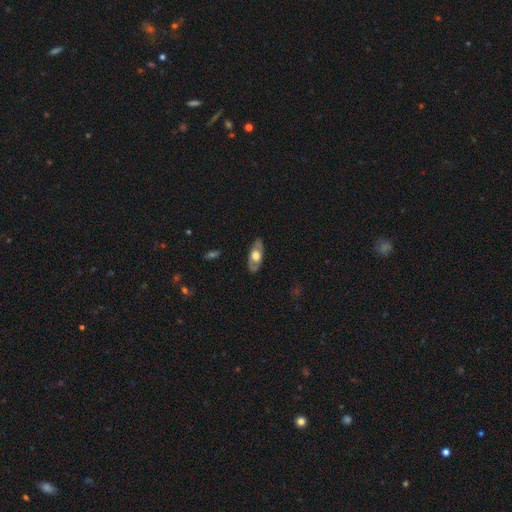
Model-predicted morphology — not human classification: Smooth or featured?
  - featured or disk: 50% *
  - smooth: 44%
  - star or artifact: 5%
Edge-on disk?
  - no: 72% *
  - yes: 28%
Merging?
  - none: 81% *
  - minor disturbance: 15%
  - major disturbance: 3%
  - merger: 1%